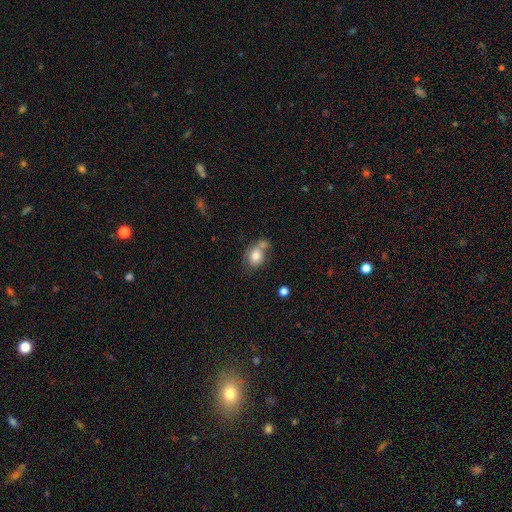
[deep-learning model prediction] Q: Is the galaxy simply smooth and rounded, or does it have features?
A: smooth — 77%.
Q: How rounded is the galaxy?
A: in between — 52%.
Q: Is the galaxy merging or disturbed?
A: none — 37%.